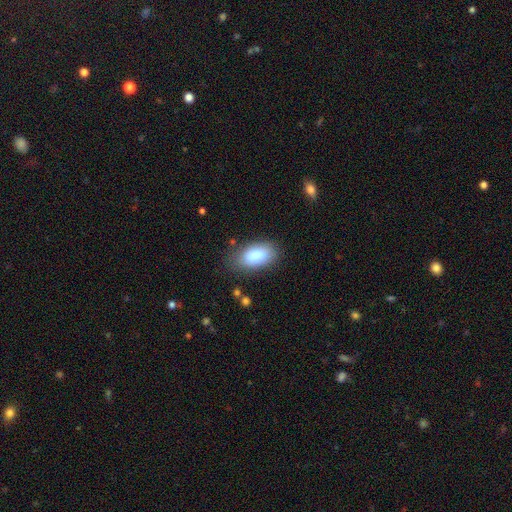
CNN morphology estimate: smooth_or_featured: smooth (p=0.86) [alt: featured or disk p=0.08]
how_rounded: in between (p=0.94) [alt: round p=0.04]
merging: none (p=0.79) [alt: minor disturbance p=0.14]